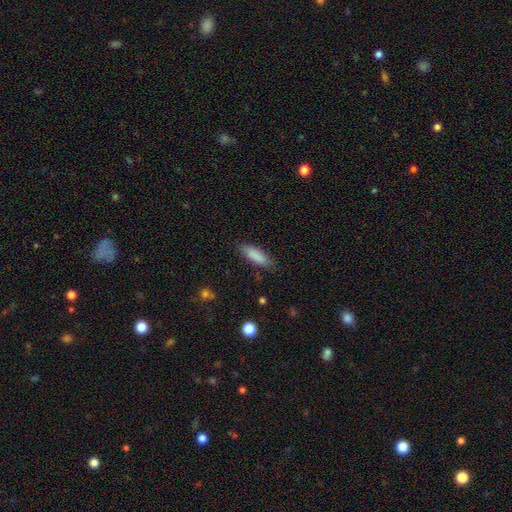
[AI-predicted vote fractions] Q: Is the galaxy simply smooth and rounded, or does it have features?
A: smooth — 87%.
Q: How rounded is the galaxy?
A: in between — 58%.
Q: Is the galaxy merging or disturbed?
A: none — 82%.